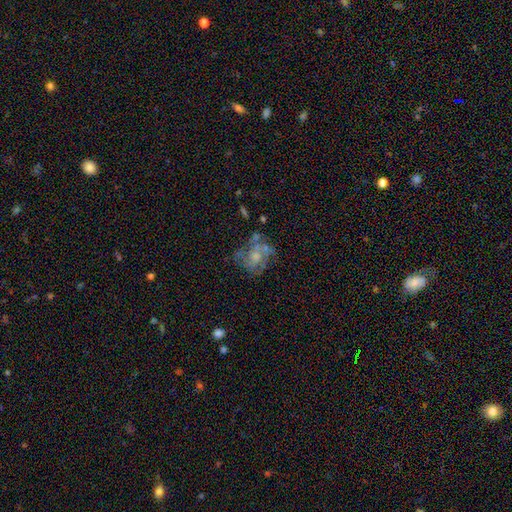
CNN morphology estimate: This appears to be a featured or disk galaxy (62%) with no bar (82%), no spiral arms (53%) and a moderate central bulge (37%). Merging: none (45%).